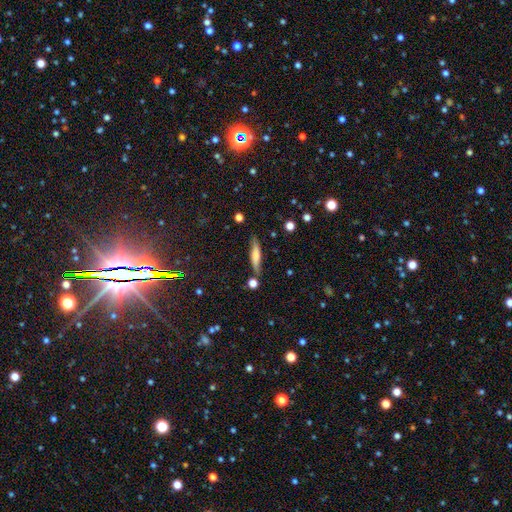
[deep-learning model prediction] This appears to be a smooth galaxy with no disk features (56%) that is cigar-shaped (82%). Merging: none (75%).